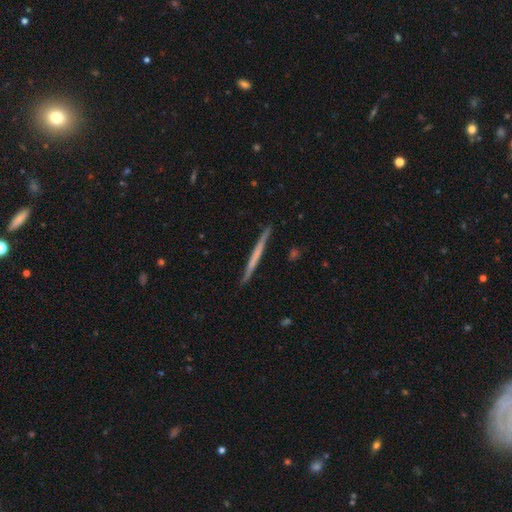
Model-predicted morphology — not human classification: Smooth or featured? featured or disk (51%)
Edge-on disk? yes (98%)
Merging? none (91%)